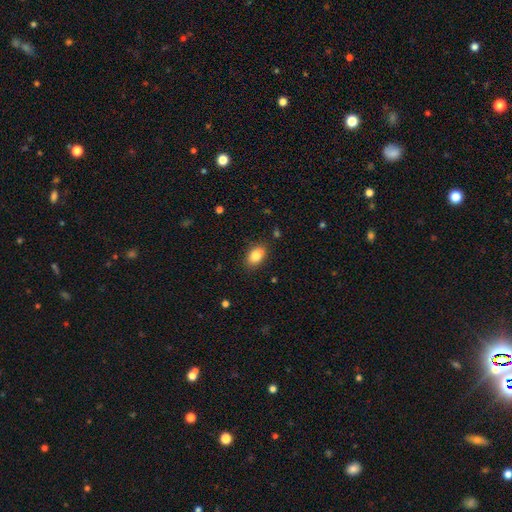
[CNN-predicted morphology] Smooth or featured?
  - smooth: 83% *
  - featured or disk: 9%
  - star or artifact: 8%
How rounded?
  - in between: 88% *
  - round: 10%
  - cigar-shaped: 2%
Merging?
  - none: 83% *
  - minor disturbance: 12%
  - major disturbance: 3%
  - merger: 2%